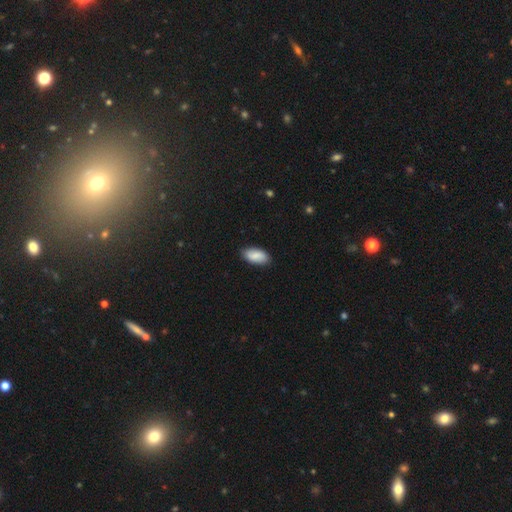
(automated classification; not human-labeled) smooth_or_featured: smooth (p=0.86) [alt: featured or disk p=0.08]
how_rounded: in between (p=0.93) [alt: cigar-shaped p=0.05]
merging: none (p=0.86) [alt: minor disturbance p=0.11]